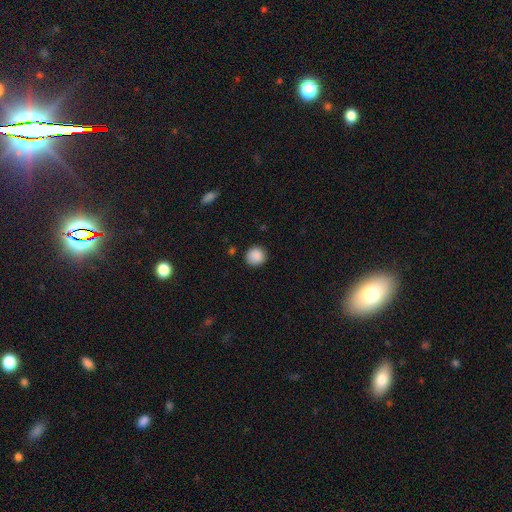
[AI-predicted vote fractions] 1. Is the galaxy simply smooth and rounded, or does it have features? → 89% smooth, 8% star or artifact, 3% featured or disk.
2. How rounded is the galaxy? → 91% round, 8% in between, 1% cigar-shaped.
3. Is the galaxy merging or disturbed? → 88% none, 9% minor disturbance, 2% major disturbance, 1% merger.